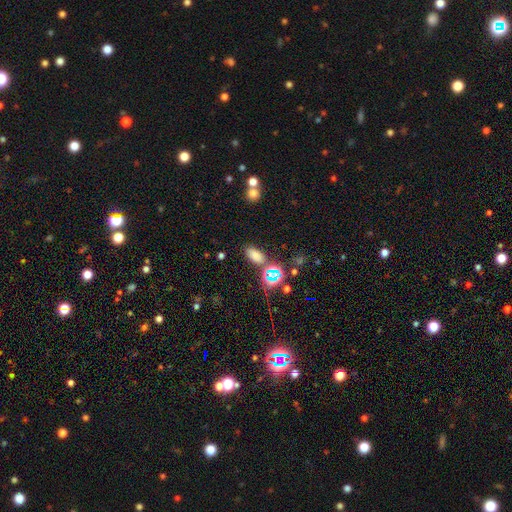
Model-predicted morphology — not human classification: smooth 70%, star or artifact 24%, featured or disk 6%. Down the decision tree: how rounded — in between (88%); merging — none (75%).